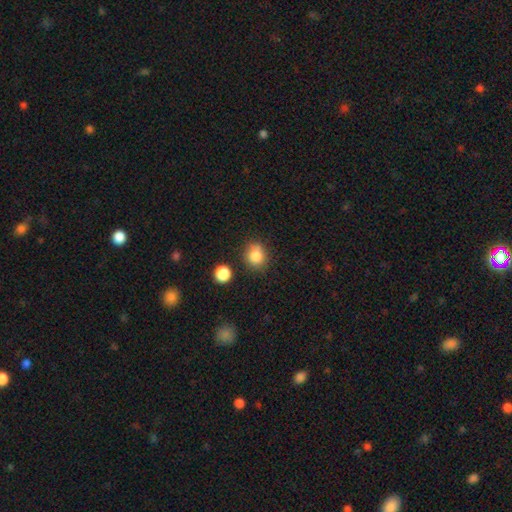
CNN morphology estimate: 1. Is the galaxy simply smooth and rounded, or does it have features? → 84% smooth, 10% star or artifact, 6% featured or disk.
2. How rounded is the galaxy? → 78% round, 21% in between, 1% cigar-shaped.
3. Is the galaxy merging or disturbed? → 77% none, 14% minor disturbance, 5% merger, 4% major disturbance.